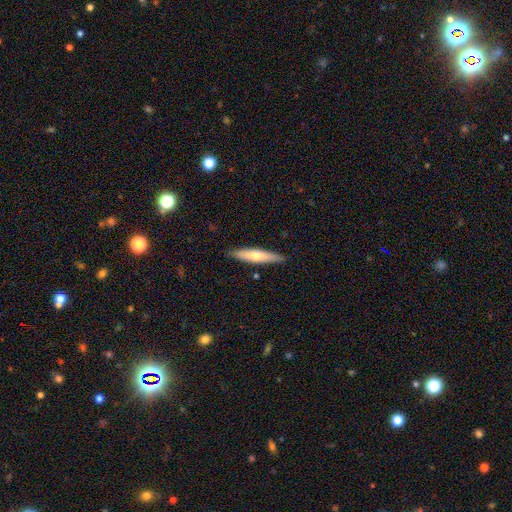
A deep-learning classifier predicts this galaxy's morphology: A smooth galaxy with no disk features (58%) that is cigar-shaped (85%).

Vote fractions:
- Smooth or featured? smooth: 58% / featured or disk: 36% / star or artifact: 6%
- How rounded? cigar-shaped: 85% / in between: 14% / round: 1%
- Merging? none: 88% / minor disturbance: 9% / major disturbance: 2% / merger: 1%